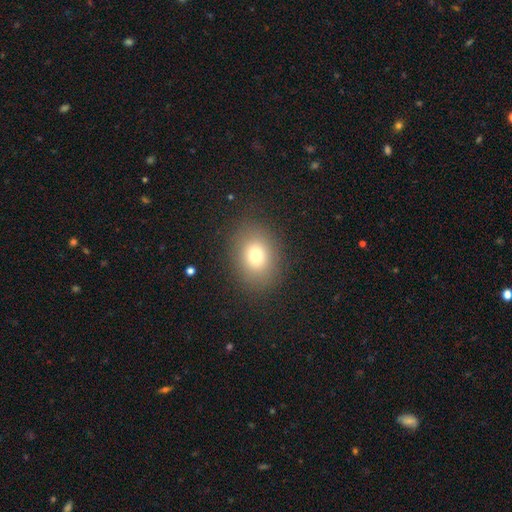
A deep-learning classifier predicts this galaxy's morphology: A smooth galaxy with no disk features (76%) that is in between round and cigar-shaped (54%). Merging: none (86%).